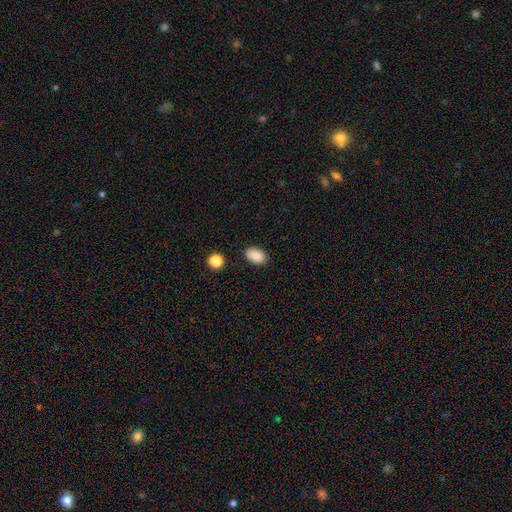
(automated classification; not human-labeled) Smooth or featured? Predicted: smooth (p=0.88). How rounded? Predicted: in between (p=0.90). Merging? Predicted: none (p=0.84).